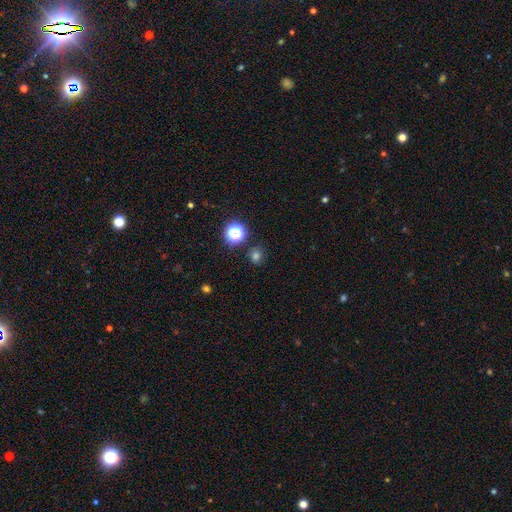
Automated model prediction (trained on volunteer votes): A smooth galaxy with no disk features (72%) that is round (76%).

Vote fractions:
- Smooth or featured? smooth: 72% / star or artifact: 23% / featured or disk: 5%
- How rounded? round: 76% / in between: 23% / cigar-shaped: 1%
- Merging? none: 83% / minor disturbance: 10% / merger: 4% / major disturbance: 3%